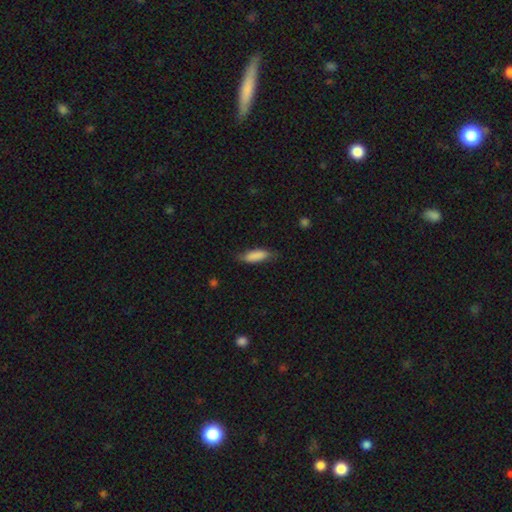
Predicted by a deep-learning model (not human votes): Overall: smooth (85%). How rounded: in between (62%; cigar-shaped 36%). Merging: none (71%).